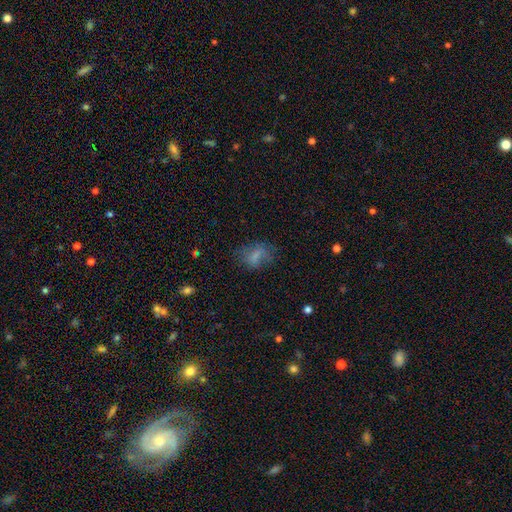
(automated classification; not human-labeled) This is likely a smooth galaxy (67%). How rounded: likely in between (72%). Merging: possibly none (59%).